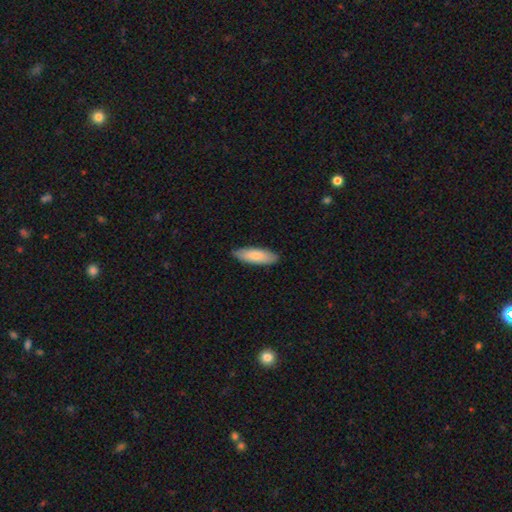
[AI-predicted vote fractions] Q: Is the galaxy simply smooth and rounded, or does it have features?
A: smooth — 80%.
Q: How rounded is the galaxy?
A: in between — 63%.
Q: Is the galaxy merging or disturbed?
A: none — 86%.